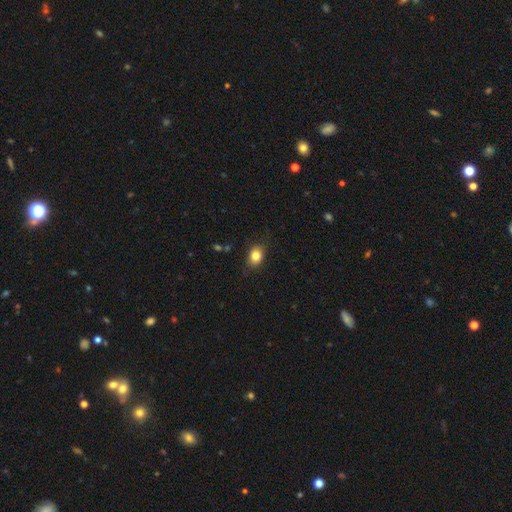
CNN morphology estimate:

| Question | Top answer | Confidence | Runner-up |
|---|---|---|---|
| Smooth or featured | smooth | 83% | star or artifact (10%) |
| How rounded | in between | 61% | round (38%) |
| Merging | none | 82% | minor disturbance (14%) |